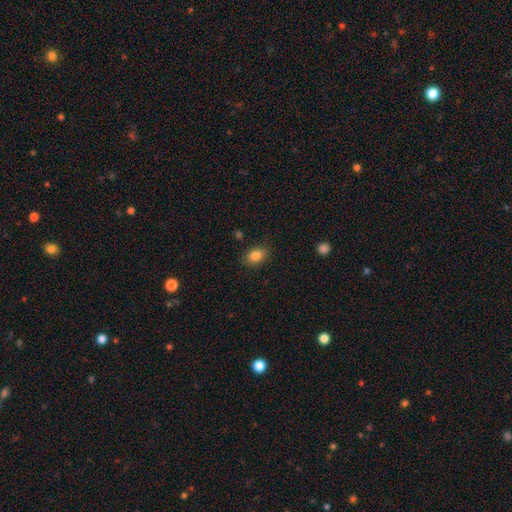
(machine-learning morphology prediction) type=smooth (84%); roundness=in between (72%); merging=none (85%).